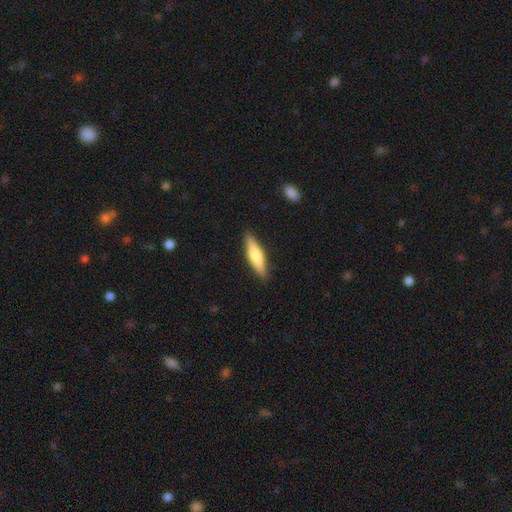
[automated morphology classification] This appears to be a smooth galaxy with no disk features (64%) that is cigar-shaped (74%). Merging: none (88%).